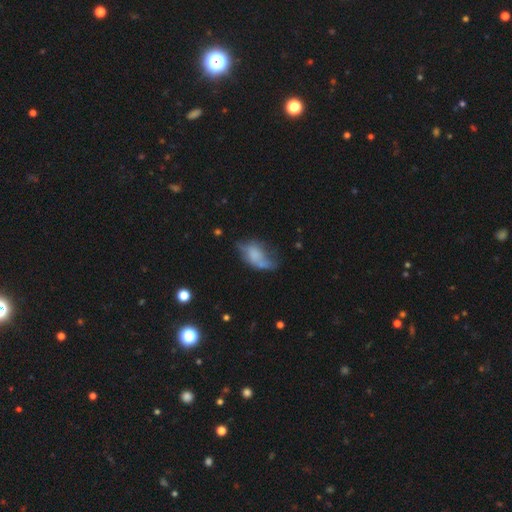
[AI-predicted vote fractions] This appears to be a smooth galaxy with no disk features (53%) that is in between round and cigar-shaped (87%). Merging: major disturbance (31%).